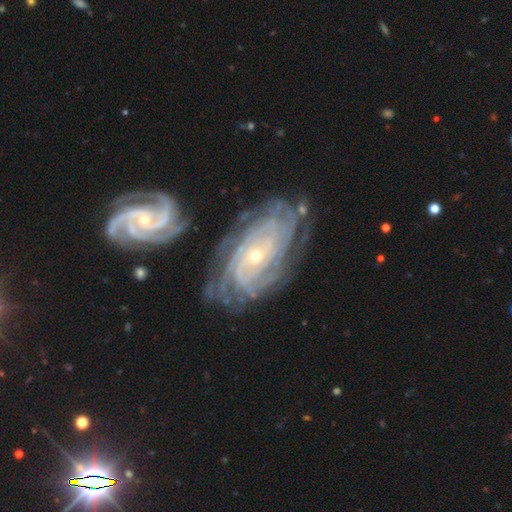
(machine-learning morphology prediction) Smooth or featured? Predicted: featured or disk (p=0.90). Edge-on disk? Predicted: no (p=0.95). Bar? Predicted: no (p=0.70). Spiral arms? Predicted: yes (p=0.97). Spiral winding? Predicted: tight (p=0.78). Spiral arm count? Predicted: can't tell (p=0.29). Bulge size? Predicted: small (p=0.75). Merging? Predicted: none (p=0.61).